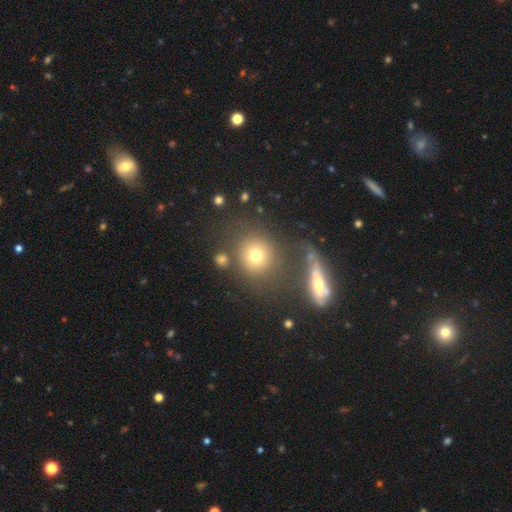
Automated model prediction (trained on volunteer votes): This is likely a smooth galaxy (71%). How rounded: clearly round (87%). Merging: likely none (64%).